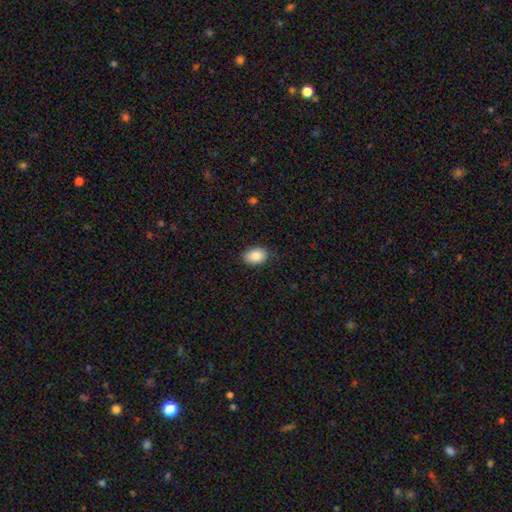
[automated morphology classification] A smooth galaxy with no disk features (87%) that is in between round and cigar-shaped (85%).

Vote fractions:
- Smooth or featured? smooth: 87% / star or artifact: 7% / featured or disk: 6%
- How rounded? in between: 85% / round: 14% / cigar-shaped: 1%
- Merging? none: 86% / minor disturbance: 11% / major disturbance: 2% / merger: 1%